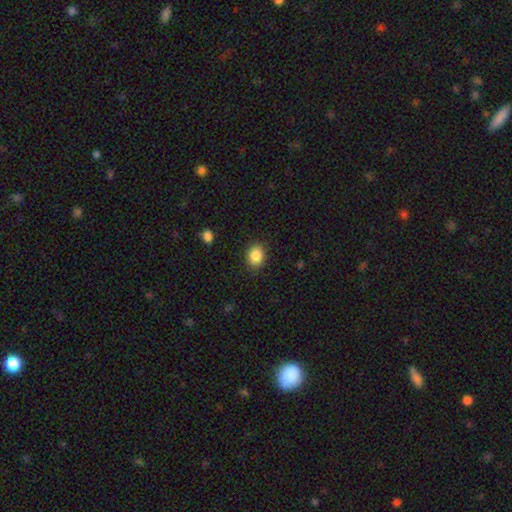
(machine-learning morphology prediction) This is clearly a smooth galaxy (88%). How rounded: possibly in between (57%). Merging: clearly none (86%).